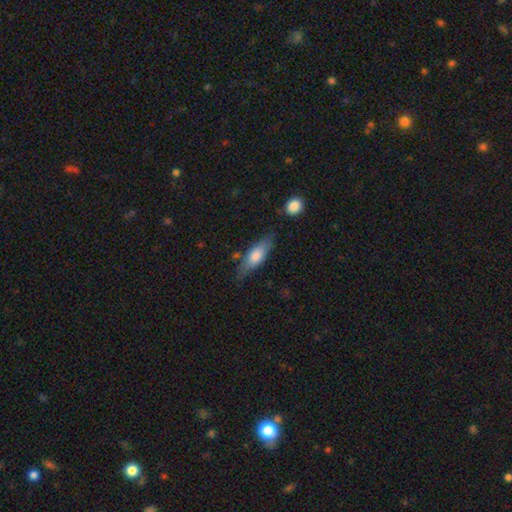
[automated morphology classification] A smooth galaxy with no disk features (65%) that is in between round and cigar-shaped (56%).

Vote fractions:
- Smooth or featured? smooth: 65% / featured or disk: 29% / star or artifact: 6%
- How rounded? in between: 56% / cigar-shaped: 42% / round: 3%
- Merging? none: 72% / minor disturbance: 19% / major disturbance: 5% / merger: 4%